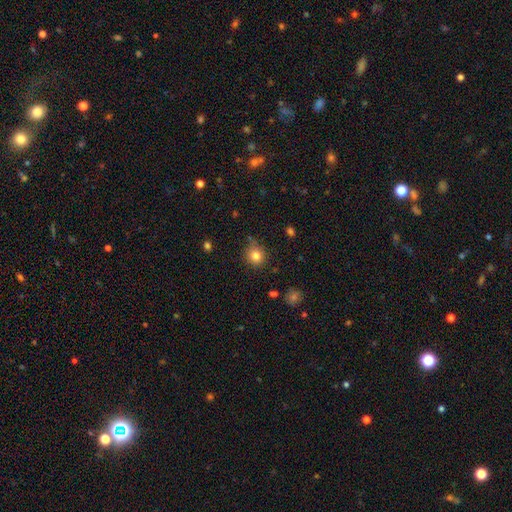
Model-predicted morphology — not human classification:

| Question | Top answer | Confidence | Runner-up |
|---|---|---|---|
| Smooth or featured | smooth | 82% | star or artifact (12%) |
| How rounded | round | 88% | in between (11%) |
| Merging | none | 78% | minor disturbance (15%) |